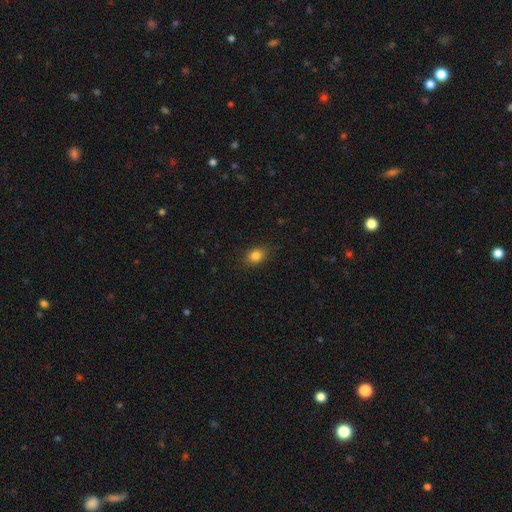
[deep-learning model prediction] This is clearly a smooth galaxy (84%). How rounded: likely in between (61%). Merging: clearly none (84%).